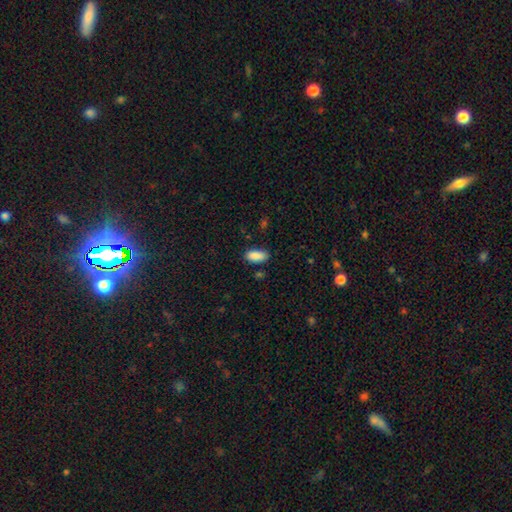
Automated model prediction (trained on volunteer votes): Q: Smooth or featured?
A: smooth (89%); runner-up: star or artifact (7%)
Q: How rounded?
A: in between (89%); runner-up: cigar-shaped (8%)
Q: Merging?
A: none (82%); runner-up: minor disturbance (13%)